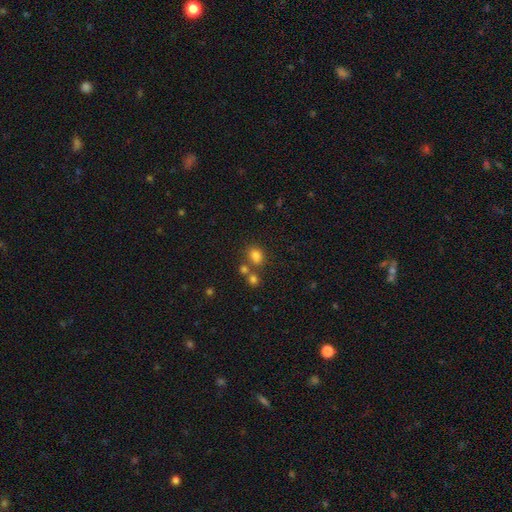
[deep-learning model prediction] A smooth galaxy with no disk features (78%) that is in between round and cigar-shaped (52%).

Vote fractions:
- Smooth or featured? smooth: 78% / star or artifact: 15% / featured or disk: 8%
- How rounded? in between: 52% / round: 47% / cigar-shaped: 1%
- Merging? none: 61% / merger: 23% / minor disturbance: 12% / major disturbance: 5%